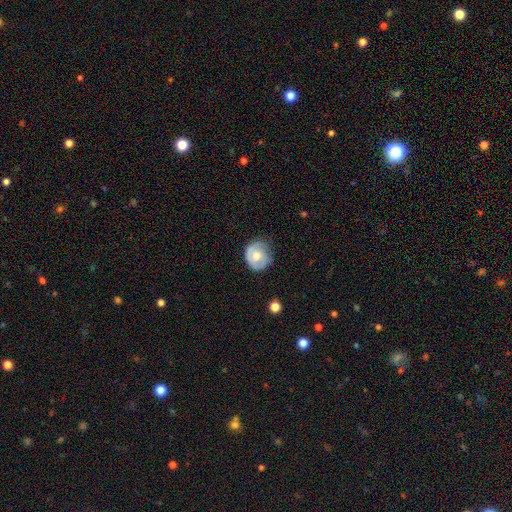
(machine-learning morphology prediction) This is possibly a smooth galaxy (54%). How rounded: likely round (79%). Merging: possibly none (57%).